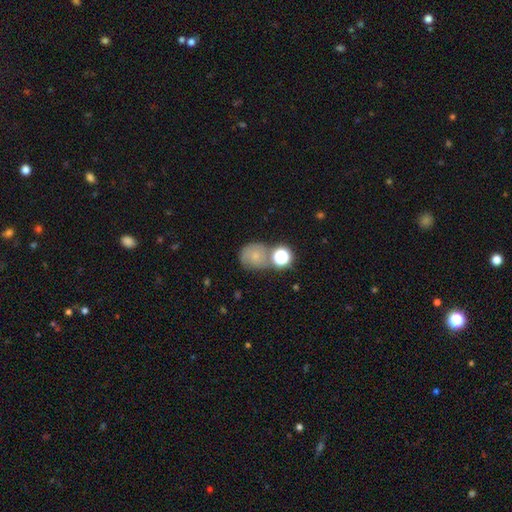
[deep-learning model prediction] This appears to be a smooth galaxy with no disk features (54%) that is round (75%). Merging: none (53%).